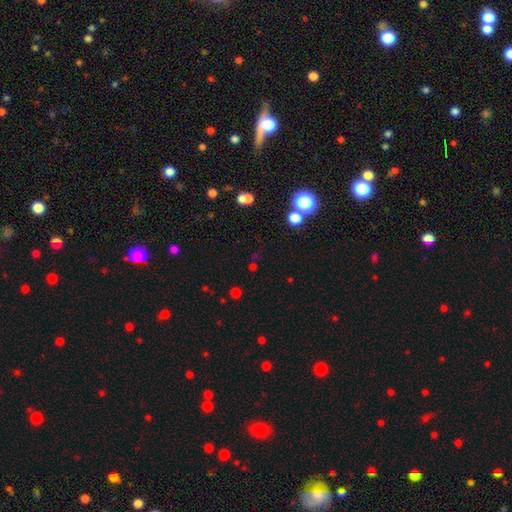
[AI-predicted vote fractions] star or artifact 46%, smooth 45%, featured or disk 8%.